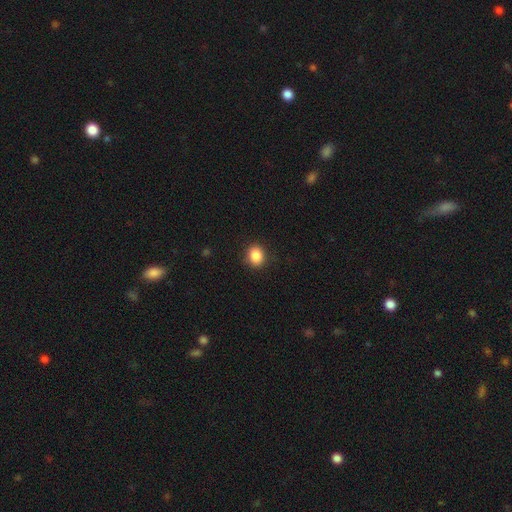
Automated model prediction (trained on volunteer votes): This appears to be a smooth galaxy with no disk features (87%) that is round (65%). Merging: none (88%).